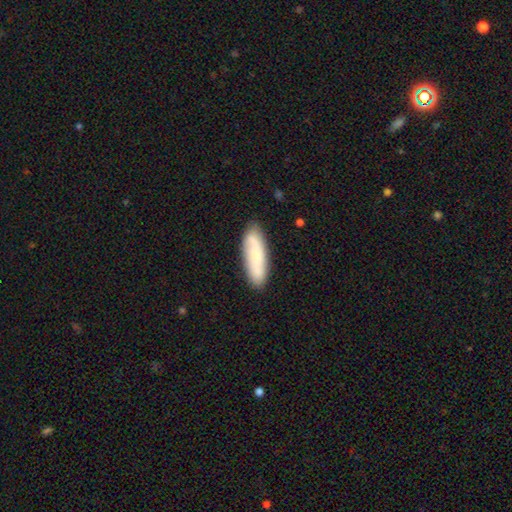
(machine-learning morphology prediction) smooth-or-featured: smooth: 70% | featured or disk: 23% | star or artifact: 7%
  how-rounded: in between: 50% | cigar-shaped: 48% | round: 2%
  merging: none: 82% | minor disturbance: 13% | major disturbance: 3% | merger: 2%